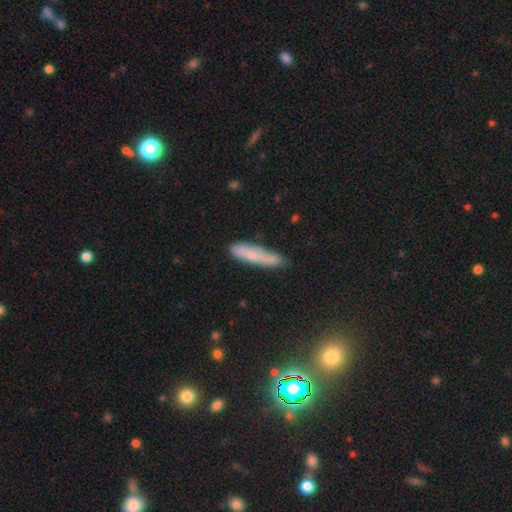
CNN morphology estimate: The model was most divided on "smooth or featured": smooth: 59%, featured or disk: 34%, star or artifact: 7%. More confident: how rounded — cigar-shaped (75%); merging — none (60%).